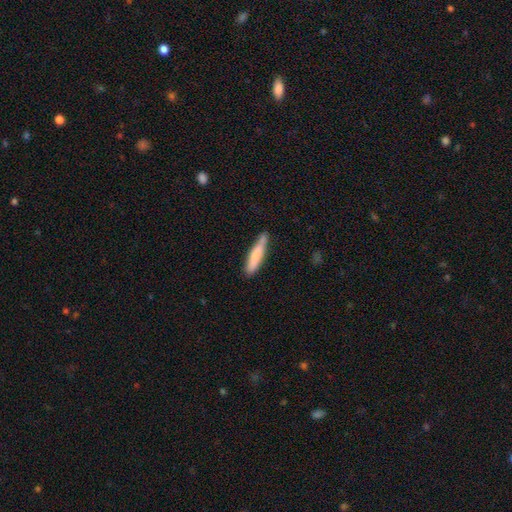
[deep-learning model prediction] Q: Smooth or featured?
A: smooth (79%); runner-up: featured or disk (16%)
Q: How rounded?
A: cigar-shaped (88%); runner-up: in between (11%)
Q: Merging?
A: none (69%); runner-up: minor disturbance (23%)